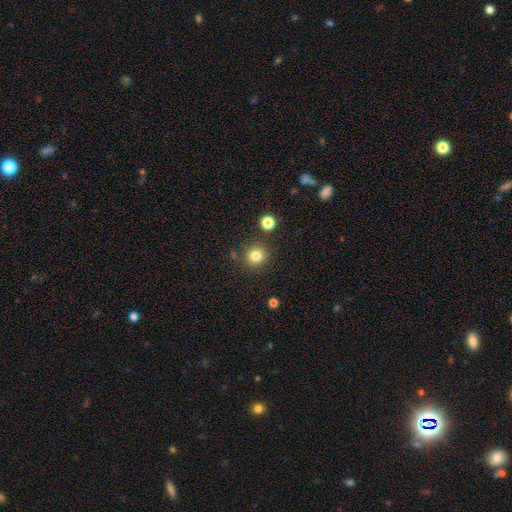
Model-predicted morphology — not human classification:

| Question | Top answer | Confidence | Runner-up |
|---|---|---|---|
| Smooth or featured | smooth | 82% | star or artifact (12%) |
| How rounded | round | 90% | in between (9%) |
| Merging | none | 85% | minor disturbance (8%) |